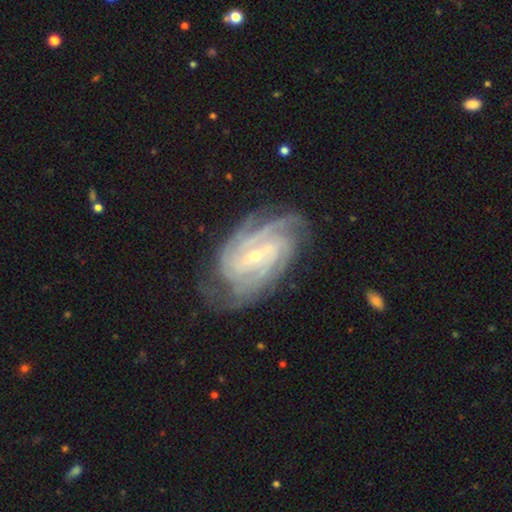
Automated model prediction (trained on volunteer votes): Q: Smooth or featured?
A: featured or disk (91%); runner-up: star or artifact (5%)
Q: Edge-on disk?
A: no (97%); runner-up: yes (3%)
Q: Bar?
A: weak (45%); runner-up: strong (29%)
Q: Spiral arms?
A: yes (98%); runner-up: no (2%)
Q: Spiral winding?
A: tight (72%); runner-up: medium (25%)
Q: Spiral arm count?
A: 4 (36%); runner-up: 3 (21%)
Q: Bulge size?
A: small (74%); runner-up: moderate (23%)
Q: Merging?
A: none (75%); runner-up: minor disturbance (18%)